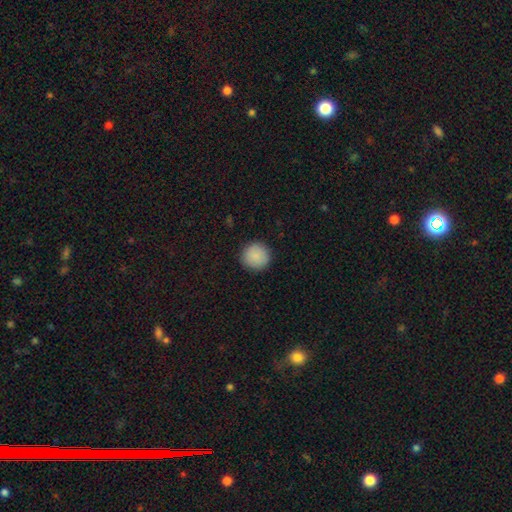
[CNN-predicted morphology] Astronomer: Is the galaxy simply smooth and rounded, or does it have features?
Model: smooth — 88%.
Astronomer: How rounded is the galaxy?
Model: round — 95%.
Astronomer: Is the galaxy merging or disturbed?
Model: none — 91%.